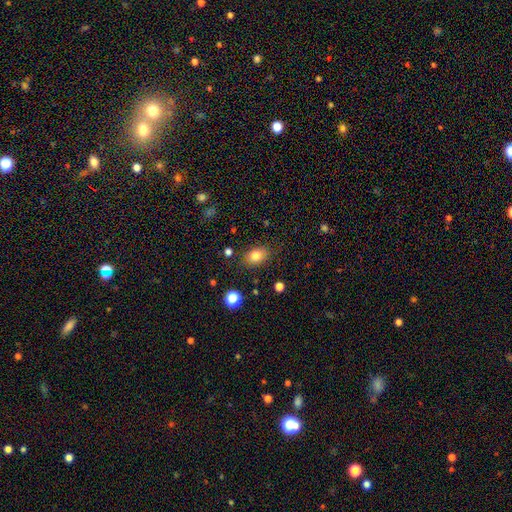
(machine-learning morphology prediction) Smooth or featured: smooth — 80% (star or artifact — 11%)
How rounded: in between — 73% (round — 25%)
Merging: none — 83% (minor disturbance — 12%)